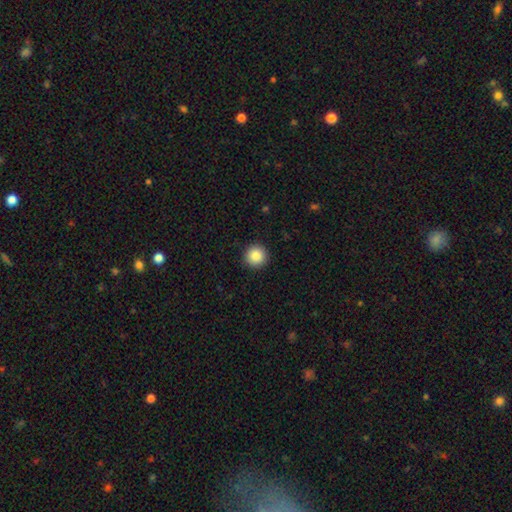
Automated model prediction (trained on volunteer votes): smooth_or_featured: smooth (p=0.87) [alt: star or artifact p=0.09]
how_rounded: round (p=0.96) [alt: in between p=0.04]
merging: none (p=0.92) [alt: minor disturbance p=0.05]